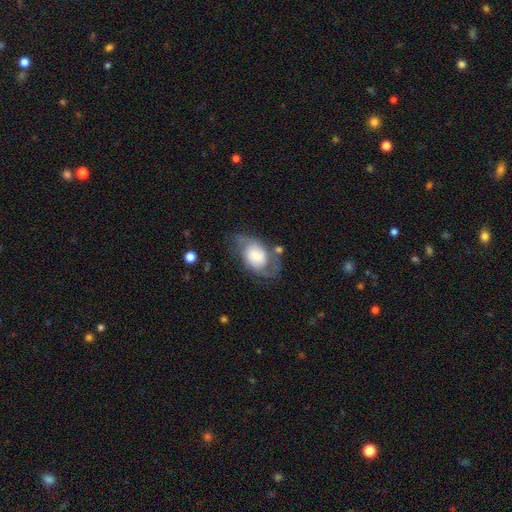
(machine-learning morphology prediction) A featured or disk galaxy (57%) with no bar (60%), spiral arms (79%) and a small central bulge (34%). Merging: none (51%).